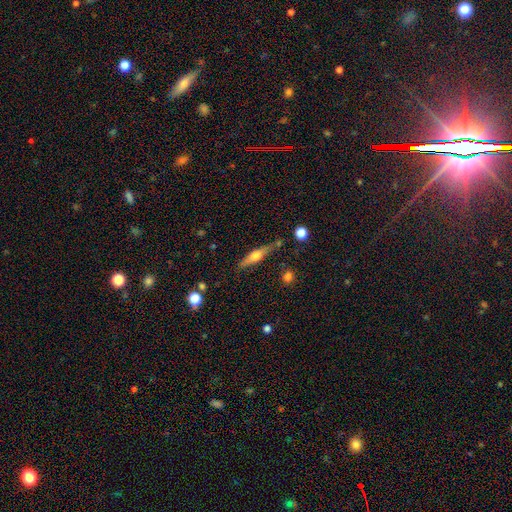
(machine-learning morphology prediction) Smooth or featured? featured or disk (56%)
Edge-on disk? yes (94%)
Edge-on bulge? rounded (91%)
Merging? none (76%)